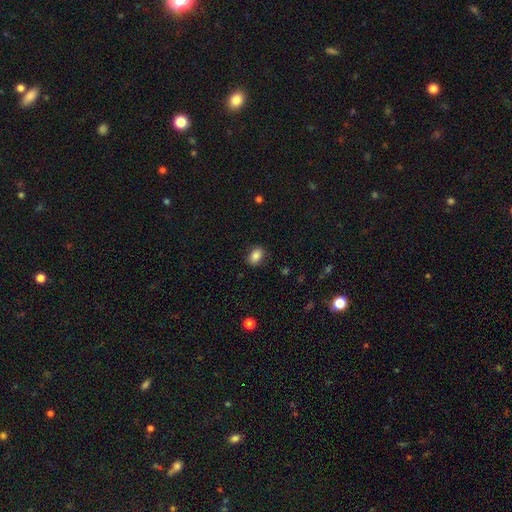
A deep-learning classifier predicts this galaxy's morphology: Overall: smooth (85%). How rounded: in between (72%). Merging: none (87%).